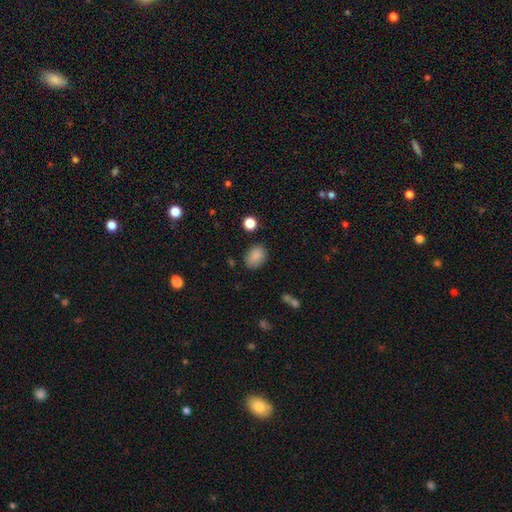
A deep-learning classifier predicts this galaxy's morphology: A smooth galaxy with no disk features (86%) that is in between round and cigar-shaped (75%).

Vote fractions:
- Smooth or featured? smooth: 86% / star or artifact: 9% / featured or disk: 5%
- How rounded? in between: 75% / round: 24% / cigar-shaped: 1%
- Merging? none: 78% / minor disturbance: 16% / major disturbance: 4% / merger: 2%